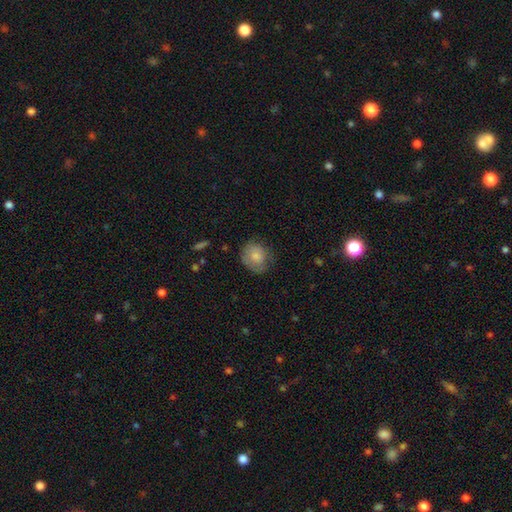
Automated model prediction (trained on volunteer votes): Smooth or featured? smooth (79%)
How rounded? round (73%)
Merging? none (66%)